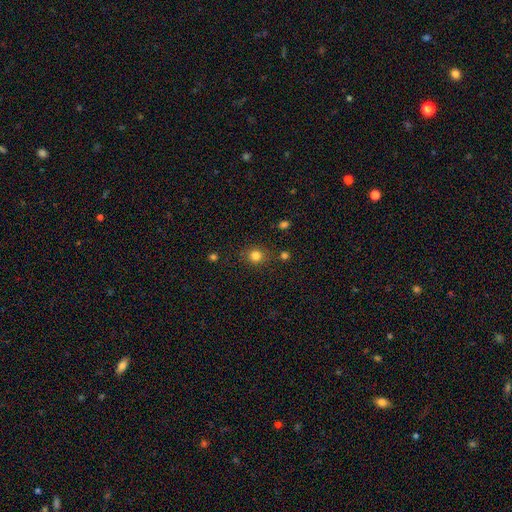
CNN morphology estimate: The model was most divided on "smooth or featured": smooth: 81%, star or artifact: 13%, featured or disk: 5%. More confident: how rounded — round (85%); merging — none (81%).